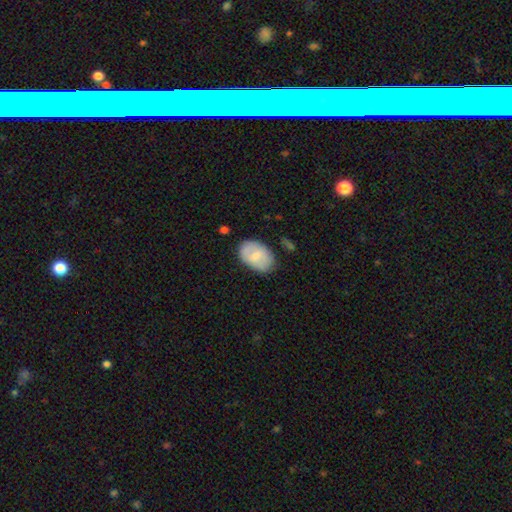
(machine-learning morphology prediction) smooth 68%, featured or disk 26%, star or artifact 6%. Down the decision tree: how rounded — in between (86%); merging — none (72%).